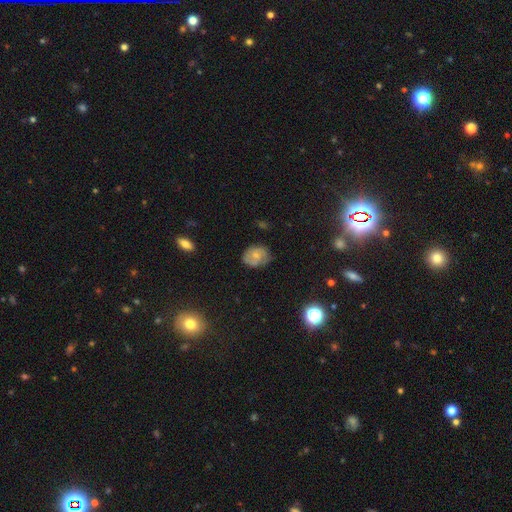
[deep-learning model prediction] smooth 57%, featured or disk 32%, star or artifact 11%. Down the decision tree: how rounded — in between (59%); merging — none (63%).